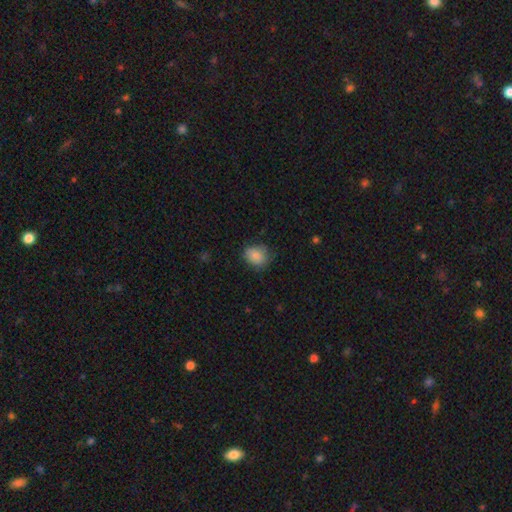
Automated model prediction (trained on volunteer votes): This appears to be a smooth galaxy with no disk features (86%) that is round (60%). Merging: none (67%).